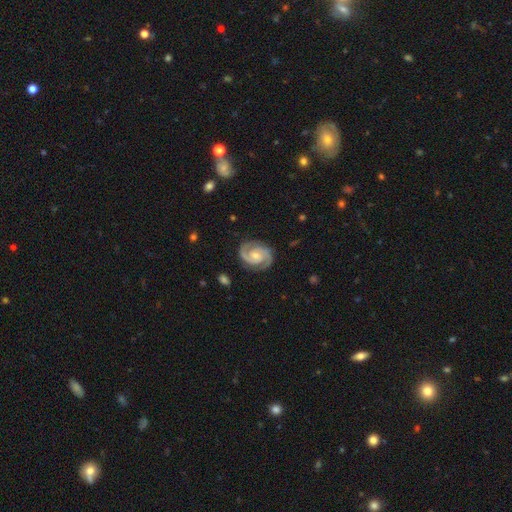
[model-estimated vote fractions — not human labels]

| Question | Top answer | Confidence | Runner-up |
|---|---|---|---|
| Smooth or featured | featured or disk | 91% | smooth (5%) |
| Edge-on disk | no | 98% | yes (2%) |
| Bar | no | 59% | weak (32%) |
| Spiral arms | yes | 98% | no (2%) |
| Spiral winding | tight | 47% | medium (46%) |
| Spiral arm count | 2 | 92% | 3 (3%) |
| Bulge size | small | 49% | moderate (45%) |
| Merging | none | 85% | minor disturbance (11%) |